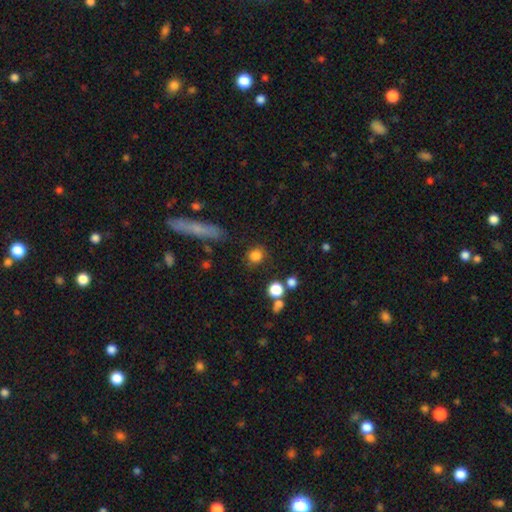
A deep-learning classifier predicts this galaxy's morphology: smooth_or_featured: smooth (p=0.82) [alt: star or artifact p=0.12]
how_rounded: round (p=0.81) [alt: in between p=0.17]
merging: none (p=0.79) [alt: minor disturbance p=0.12]